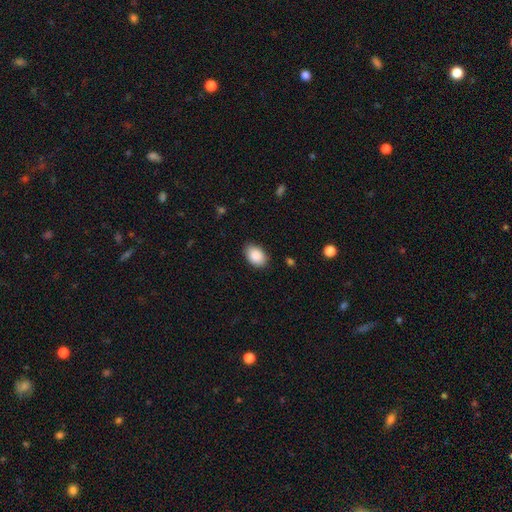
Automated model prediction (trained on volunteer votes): This is clearly a smooth galaxy (89%). How rounded: clearly in between (86%). Merging: clearly none (86%).